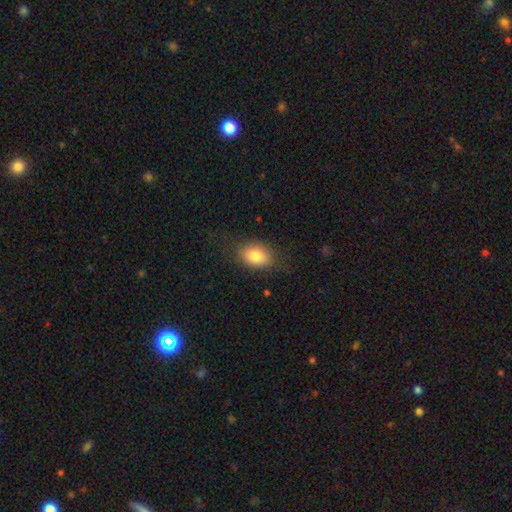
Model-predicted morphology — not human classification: Smooth or featured: smooth — 82% (featured or disk — 11%)
How rounded: in between — 84% (round — 15%)
Merging: none — 78% (minor disturbance — 15%)